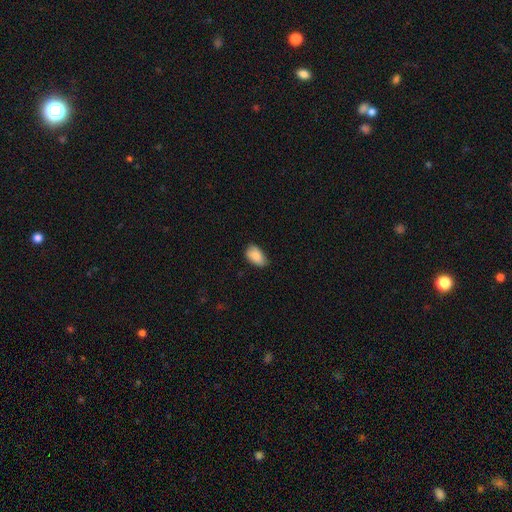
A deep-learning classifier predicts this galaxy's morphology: A smooth galaxy with no disk features (86%) that is in between round and cigar-shaped (92%). Merging: none (65%).